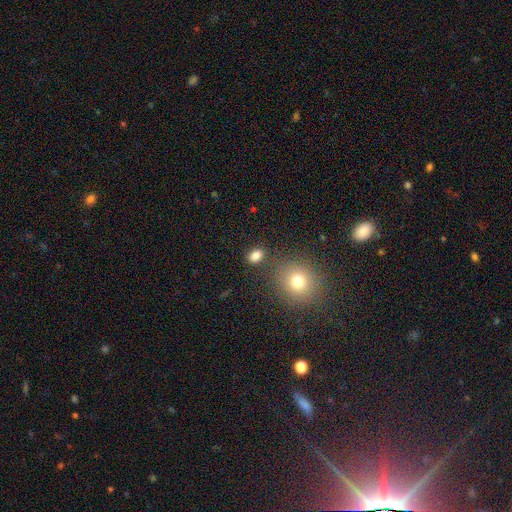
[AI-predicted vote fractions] Smooth or featured: smooth — 82% (star or artifact — 12%)
How rounded: in between — 73% (round — 26%)
Merging: none — 78% (minor disturbance — 11%)